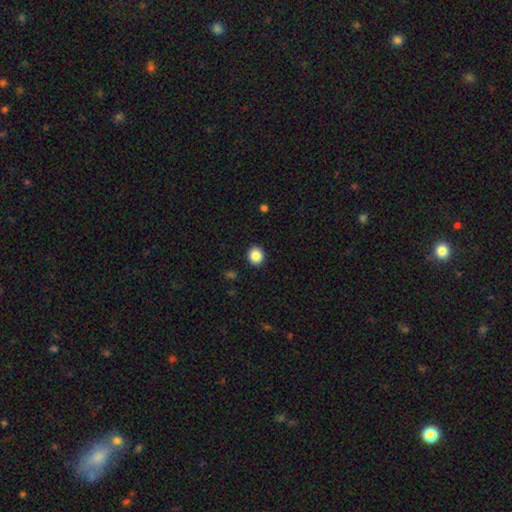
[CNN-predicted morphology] This appears to be a smooth galaxy with no disk features (87%) that is round (81%). Merging: none (91%).